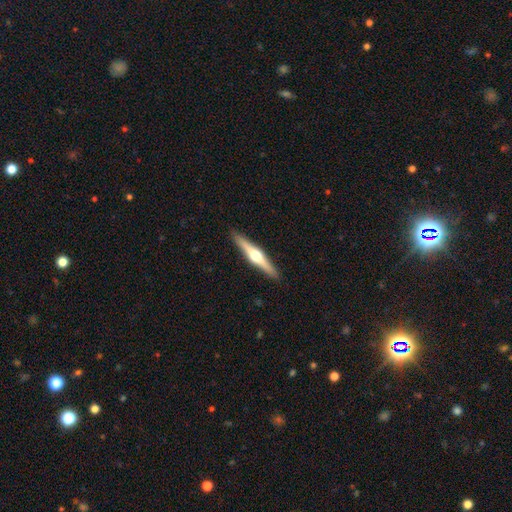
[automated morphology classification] smooth_or_featured: featured or disk (p=0.72) [alt: smooth p=0.24]
disk_edge_on: yes (p=0.98) [alt: no p=0.02]
edge_on_bulge: rounded (p=0.95) [alt: boxy p=0.03]
merging: none (p=0.92) [alt: minor disturbance p=0.06]